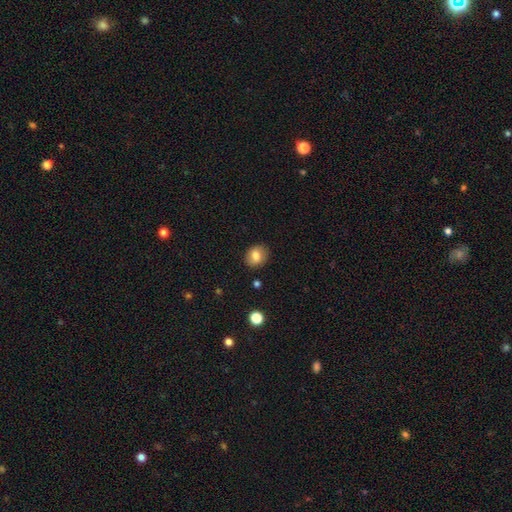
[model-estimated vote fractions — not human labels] Smooth or featured? Predicted: smooth (p=0.80). How rounded? Predicted: round (p=0.54). Merging? Predicted: none (p=0.85).